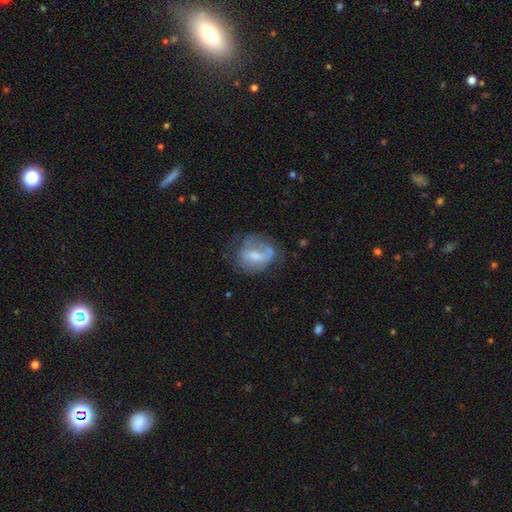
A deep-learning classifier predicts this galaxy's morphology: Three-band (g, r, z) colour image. It shows a featured or disk galaxy (47%). Merging: none (43%).